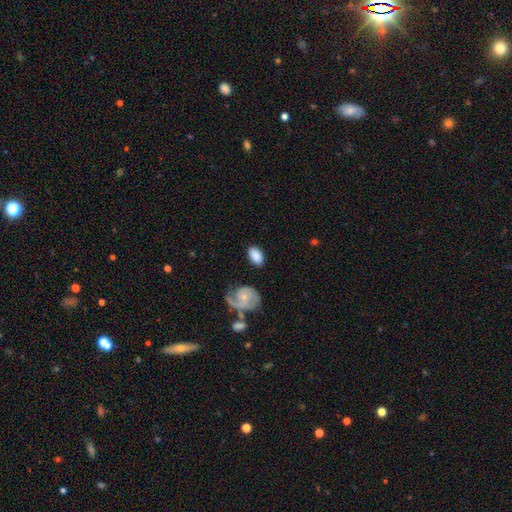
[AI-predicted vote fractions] This appears to be a smooth galaxy with no disk features (78%) that is in between round and cigar-shaped (89%). Merging: none (76%).